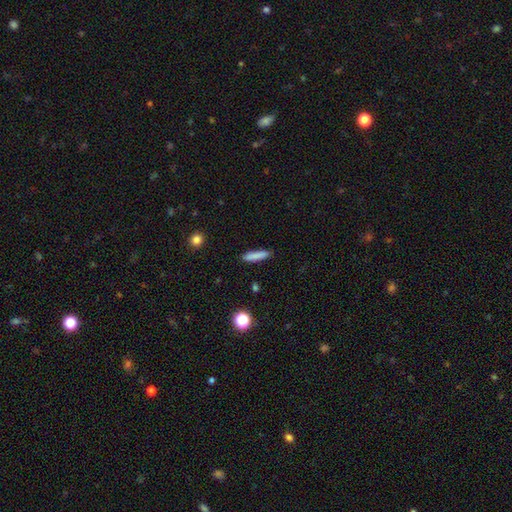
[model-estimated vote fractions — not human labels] Smooth or featured? Predicted: smooth (p=0.84). How rounded? Predicted: cigar-shaped (p=0.85). Merging? Predicted: none (p=0.87).